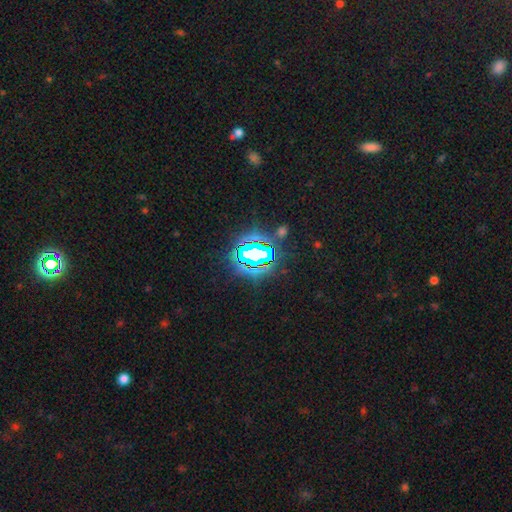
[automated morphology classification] A star or artifact, not a galaxy (73%).

Vote fractions:
- Smooth or featured? star or artifact: 73% / smooth: 16% / featured or disk: 11%